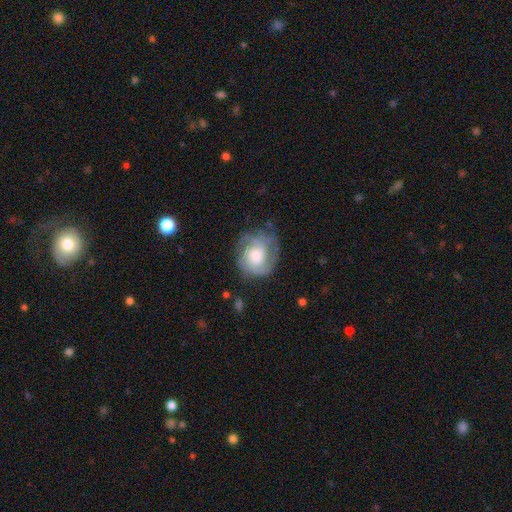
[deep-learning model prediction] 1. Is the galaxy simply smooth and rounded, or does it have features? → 68% featured or disk, 25% smooth, 7% star or artifact.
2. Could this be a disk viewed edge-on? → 98% no, 2% yes.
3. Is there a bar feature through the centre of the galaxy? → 74% no, 23% weak, 3% strong.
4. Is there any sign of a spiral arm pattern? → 89% yes, 11% no.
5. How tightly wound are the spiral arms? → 51% tight, 37% medium, 12% loose.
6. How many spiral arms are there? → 35% can't tell, 24% 2, 23% 3, 7% 4, 6% 1, 5% more than 4.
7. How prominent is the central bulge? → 48% moderate, 28% large, 17% small, 4% none, 3% dominant.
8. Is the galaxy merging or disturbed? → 65% none, 21% minor disturbance, 12% major disturbance, 2% merger.